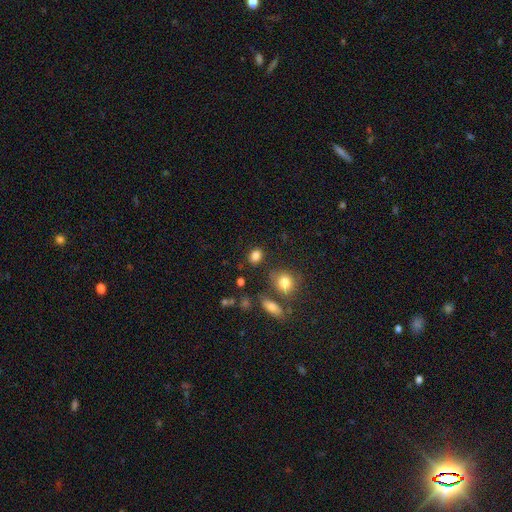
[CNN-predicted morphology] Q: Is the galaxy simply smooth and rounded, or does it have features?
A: smooth — 84%.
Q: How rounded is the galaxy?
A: in between — 55%.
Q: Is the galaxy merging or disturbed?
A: none — 78%.